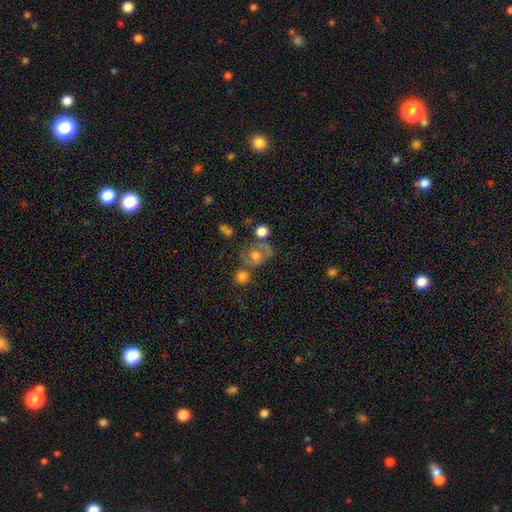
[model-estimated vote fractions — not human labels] This is marginally a smooth galaxy (42%). Merging: possibly none (49%).